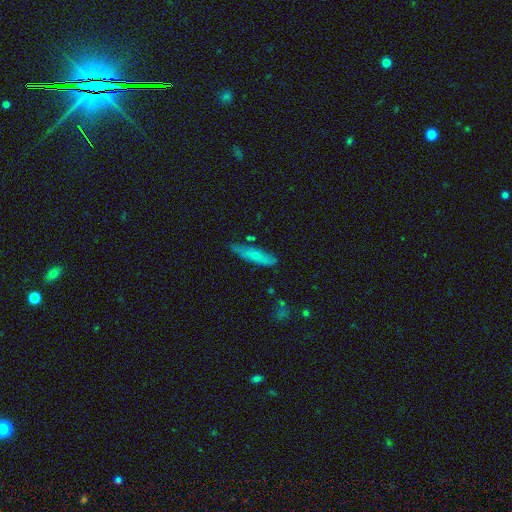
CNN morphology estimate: A smooth galaxy with no disk features (67%) that is cigar-shaped (77%).

Vote fractions:
- Smooth or featured? smooth: 67% / featured or disk: 27% / star or artifact: 6%
- How rounded? cigar-shaped: 77% / in between: 21% / round: 2%
- Merging? none: 74% / minor disturbance: 19% / major disturbance: 3% / merger: 3%